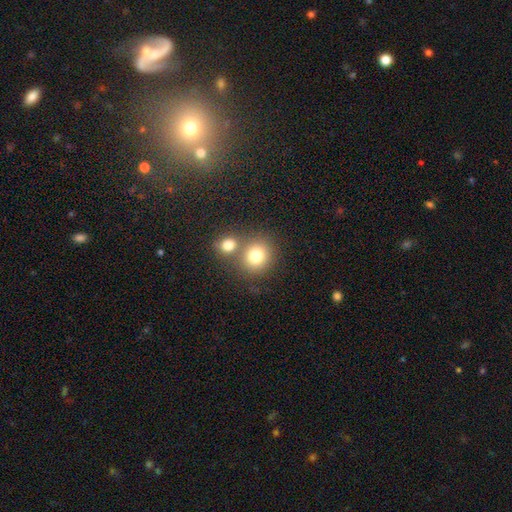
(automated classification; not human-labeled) Smooth or featured? Predicted: smooth (p=0.78). How rounded? Predicted: round (p=0.85). Merging? Predicted: none (p=0.56).